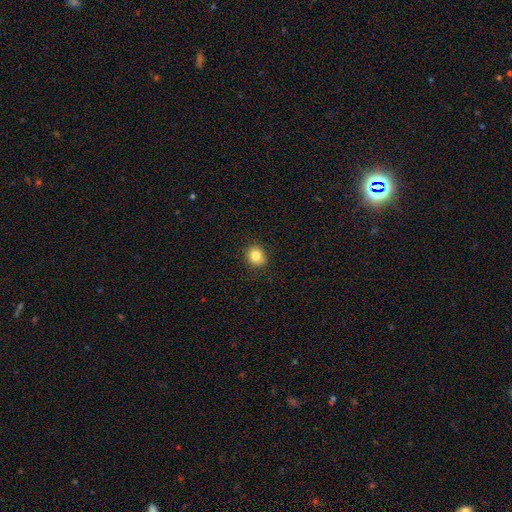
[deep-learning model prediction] This is clearly a smooth galaxy (84%). How rounded: likely round (78%). Merging: clearly none (87%).